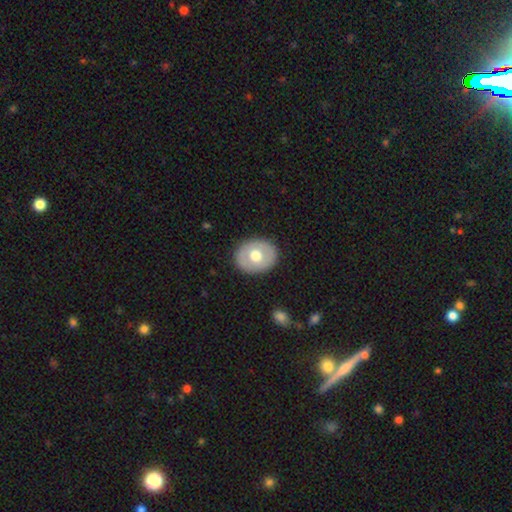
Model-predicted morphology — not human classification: The model was most divided on "how rounded": round: 54%, in between: 45%, cigar-shaped: 1%. More confident: merging — none (87%); smooth or featured — smooth (54%).